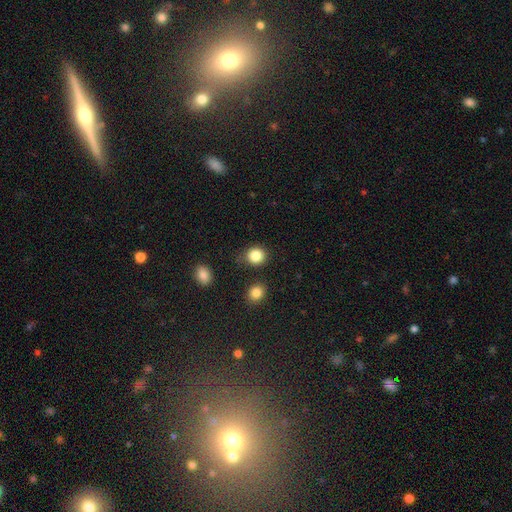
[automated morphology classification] The model was most divided on "how rounded": round: 82%, in between: 17%, cigar-shaped: 1%. More confident: smooth or featured — smooth (86%); merging — none (81%).